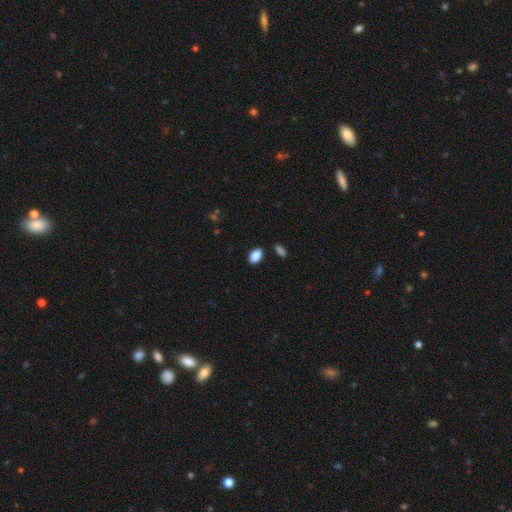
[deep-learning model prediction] A smooth galaxy with no disk features (89%) that is in between round and cigar-shaped (91%).

Vote fractions:
- Smooth or featured? smooth: 89% / star or artifact: 8% / featured or disk: 3%
- How rounded? in between: 91% / round: 8% / cigar-shaped: 1%
- Merging? none: 85% / minor disturbance: 9% / merger: 3% / major disturbance: 2%